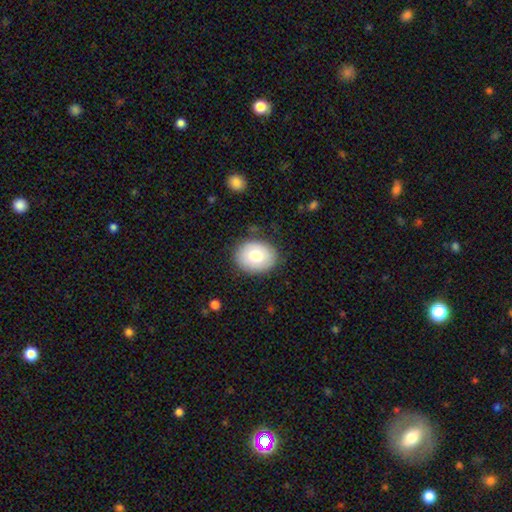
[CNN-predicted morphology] Smooth or featured? smooth (79%)
How rounded? in between (59%)
Merging? none (83%)